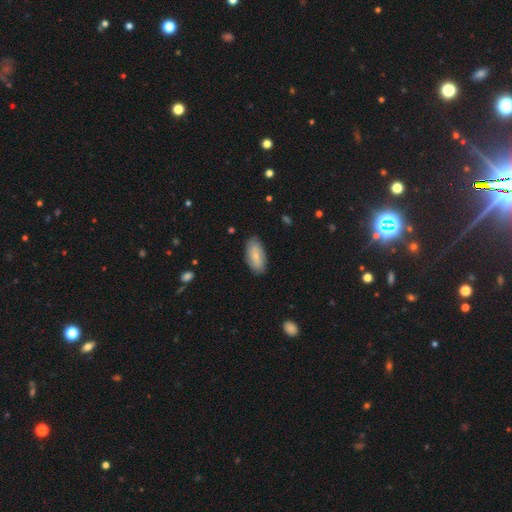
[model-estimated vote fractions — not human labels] This is likely a smooth galaxy (74%). How rounded: clearly in between (91%). Merging: clearly none (83%).